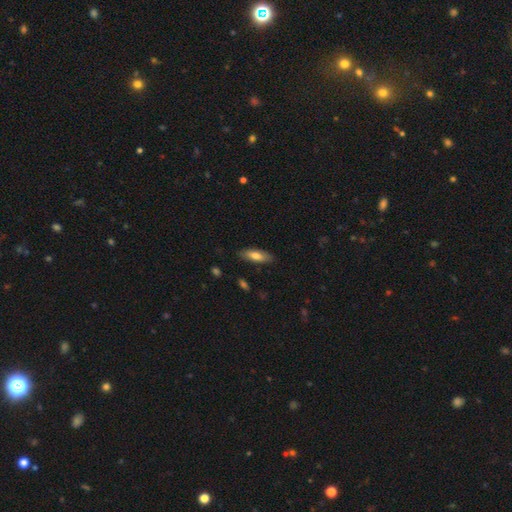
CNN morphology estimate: Smooth or featured?
  - smooth: 70% *
  - featured or disk: 24%
  - star or artifact: 6%
How rounded?
  - in between: 59% *
  - cigar-shaped: 39%
  - round: 2%
Merging?
  - none: 86% *
  - minor disturbance: 11%
  - major disturbance: 2%
  - merger: 1%